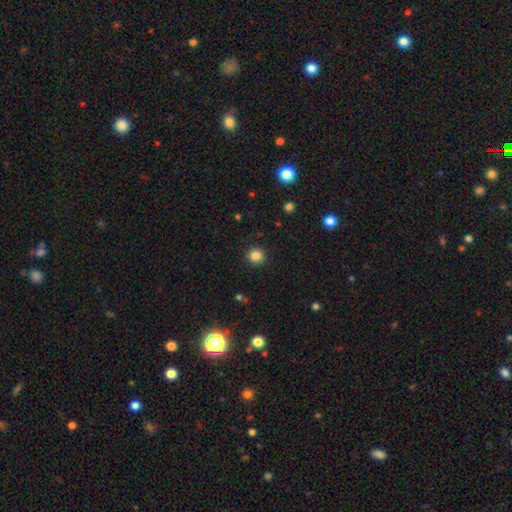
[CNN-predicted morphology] Smooth or featured? Predicted: smooth (p=0.84). How rounded? Predicted: round (p=0.93). Merging? Predicted: none (p=0.92).